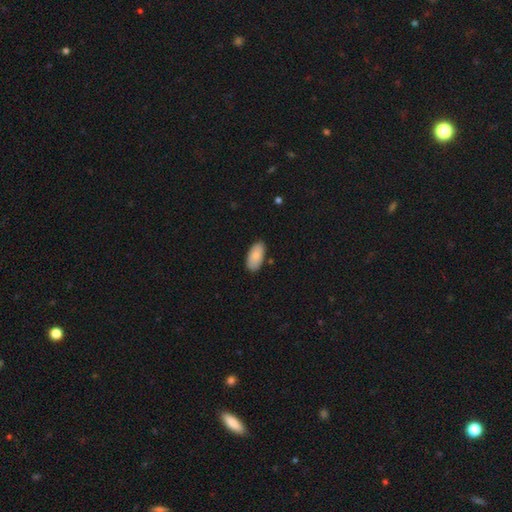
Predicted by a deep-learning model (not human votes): A smooth galaxy with no disk features (82%) that is in between round and cigar-shaped (94%). Merging: none (82%).